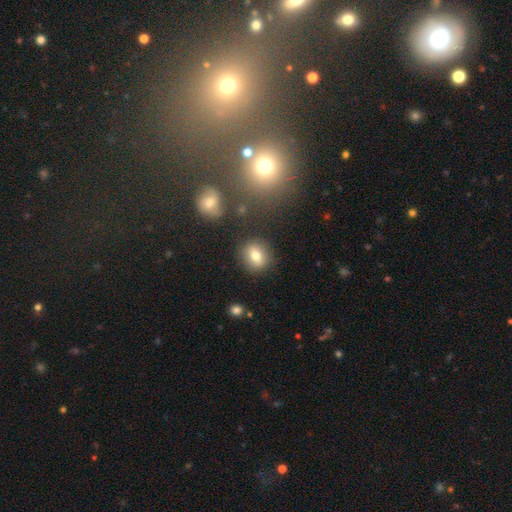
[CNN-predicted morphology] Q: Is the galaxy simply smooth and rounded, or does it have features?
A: smooth — 75%.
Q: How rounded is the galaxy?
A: round — 66%.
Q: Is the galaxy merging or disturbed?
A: none — 85%.